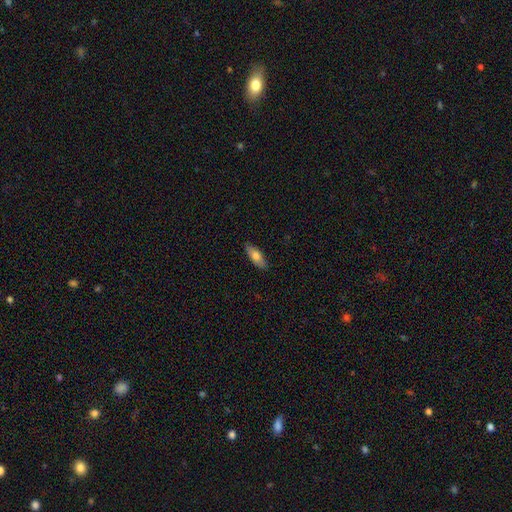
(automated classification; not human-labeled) smooth 72%, featured or disk 22%, star or artifact 6%. Down the decision tree: how rounded — in between (69%); merging — none (86%).